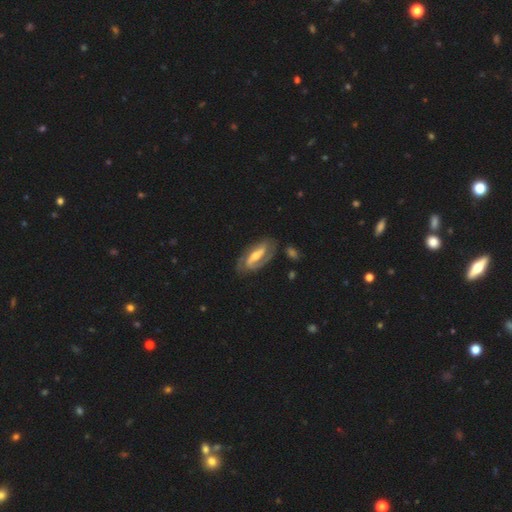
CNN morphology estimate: smooth_or_featured: featured or disk (p=0.85) [alt: smooth p=0.11]
disk_edge_on: no (p=0.93) [alt: yes p=0.07]
bar: strong (p=0.55) [alt: weak p=0.29]
has_spiral_arms: yes (p=0.92) [alt: no p=0.08]
spiral_winding: medium (p=0.42) [alt: tight p=0.41]
spiral_arm_count: 2 (p=0.84) [alt: 1 p=0.06]
bulge_size: moderate (p=0.57) [alt: small p=0.37]
merging: none (p=0.77) [alt: minor disturbance p=0.15]